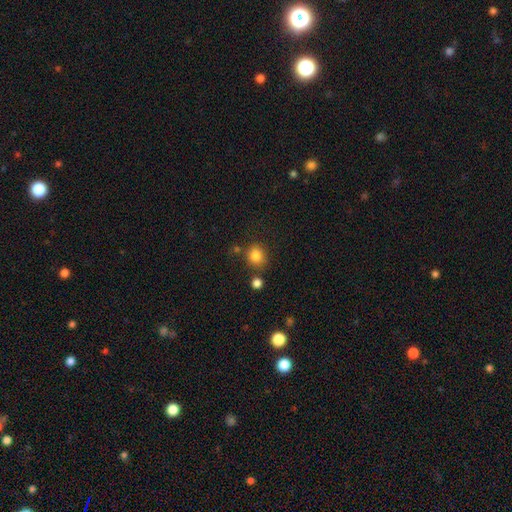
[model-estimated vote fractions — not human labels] smooth-or-featured: smooth: 83% | star or artifact: 12% | featured or disk: 6%
  how-rounded: round: 75% | in between: 24% | cigar-shaped: 1%
  merging: none: 75% | minor disturbance: 13% | merger: 8% | major disturbance: 4%